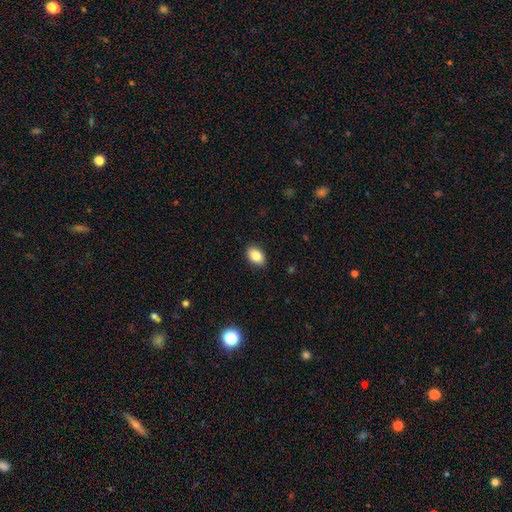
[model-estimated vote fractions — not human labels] This appears to be a smooth galaxy with no disk features (85%) that is in between round and cigar-shaped (83%). Merging: none (88%).